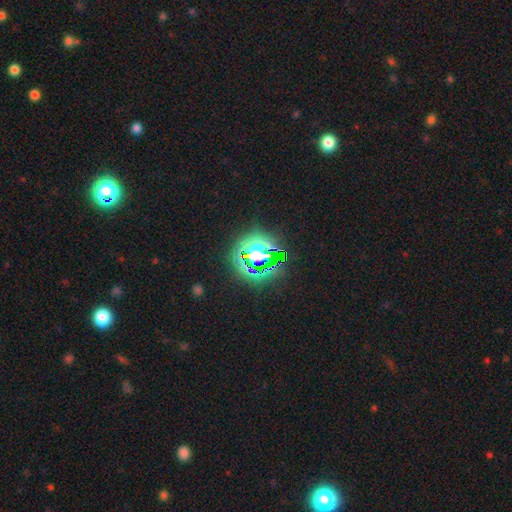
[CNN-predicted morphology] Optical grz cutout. It shows a star or artifact, not a galaxy (60%).